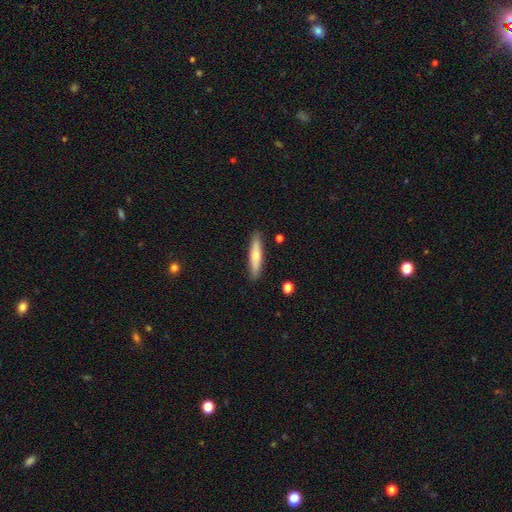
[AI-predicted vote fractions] Q: Smooth or featured?
A: smooth (66%); runner-up: featured or disk (28%)
Q: How rounded?
A: cigar-shaped (86%); runner-up: in between (13%)
Q: Merging?
A: none (88%); runner-up: minor disturbance (9%)